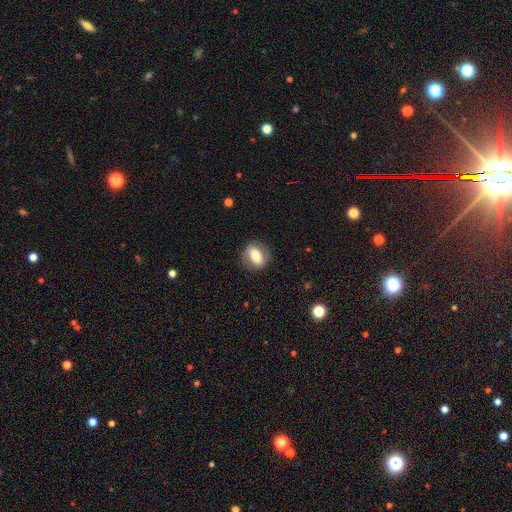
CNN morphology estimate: Smooth or featured? smooth (62%)
How rounded? in between (60%)
Merging? none (83%)